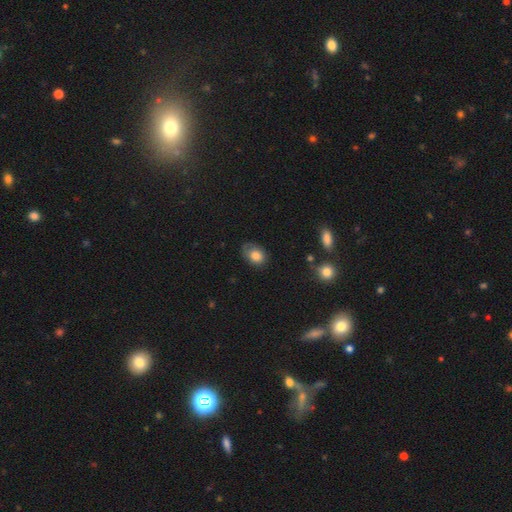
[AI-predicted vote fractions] Overall: smooth (80%). How rounded: in between (68%; round 31%). Merging: none (58%; minor disturbance 31%).